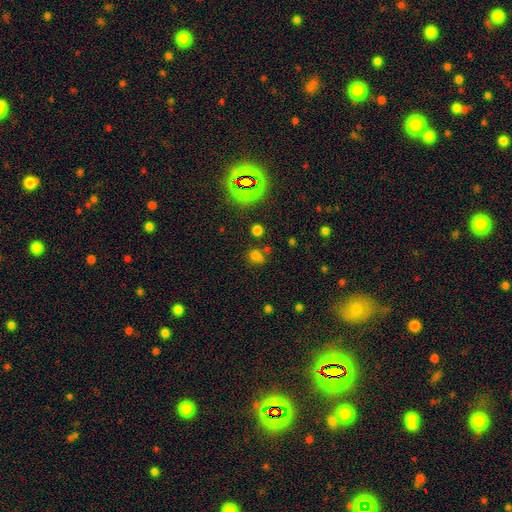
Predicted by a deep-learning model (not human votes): smooth-or-featured: smooth: 62% | star or artifact: 31% | featured or disk: 8%
  how-rounded: round: 67% | in between: 31% | cigar-shaped: 2%
  merging: none: 62% | merger: 18% | minor disturbance: 14% | major disturbance: 6%